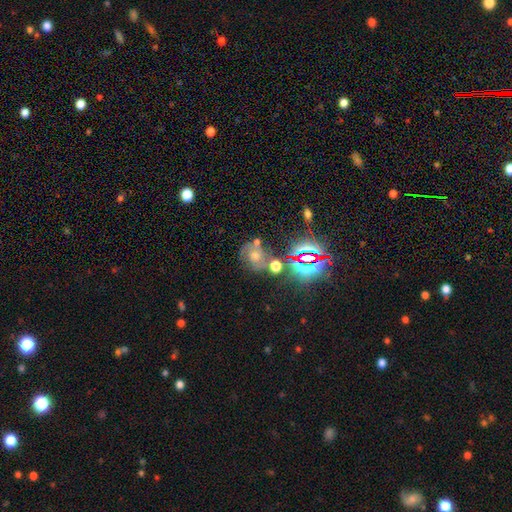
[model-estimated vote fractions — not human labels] The model was most divided on "smooth or featured": smooth: 39%, featured or disk: 31%, star or artifact: 30%. Remaining: merging — none (48%).